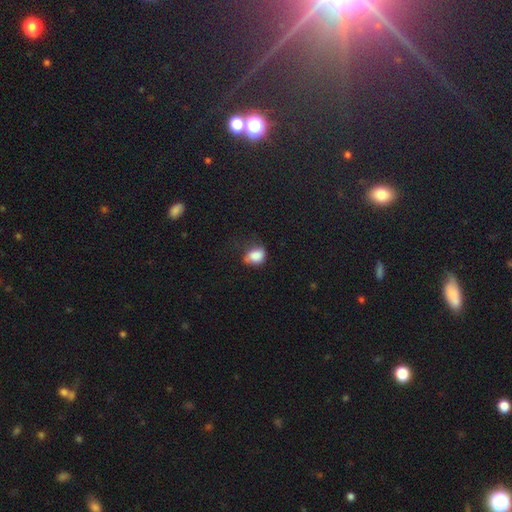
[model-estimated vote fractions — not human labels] Smooth or featured?
  - smooth: 84% *
  - star or artifact: 9%
  - featured or disk: 7%
How rounded?
  - in between: 63% *
  - round: 35%
  - cigar-shaped: 1%
Merging?
  - none: 43% *
  - minor disturbance: 39%
  - major disturbance: 16%
  - merger: 3%